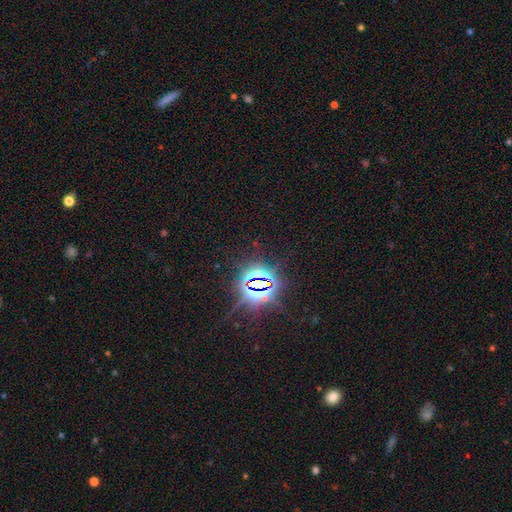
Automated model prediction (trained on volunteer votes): The model was most divided on "smooth or featured": star or artifact: 83%, smooth: 10%, featured or disk: 7%.